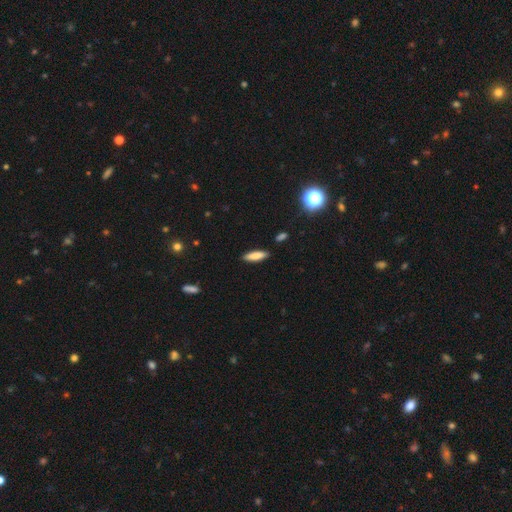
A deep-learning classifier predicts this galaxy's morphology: A smooth galaxy with no disk features (81%) that is cigar-shaped (60%). Merging: none (88%).